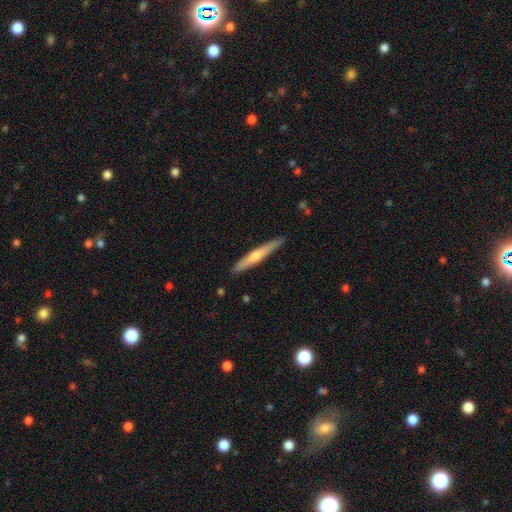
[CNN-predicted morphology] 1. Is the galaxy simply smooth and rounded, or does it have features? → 54% featured or disk, 40% smooth, 6% star or artifact.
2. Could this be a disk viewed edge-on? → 96% yes, 4% no.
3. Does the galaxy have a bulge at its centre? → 75% rounded, 21% none, 4% boxy.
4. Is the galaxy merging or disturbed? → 90% none, 7% minor disturbance, 1% major disturbance, 1% merger.